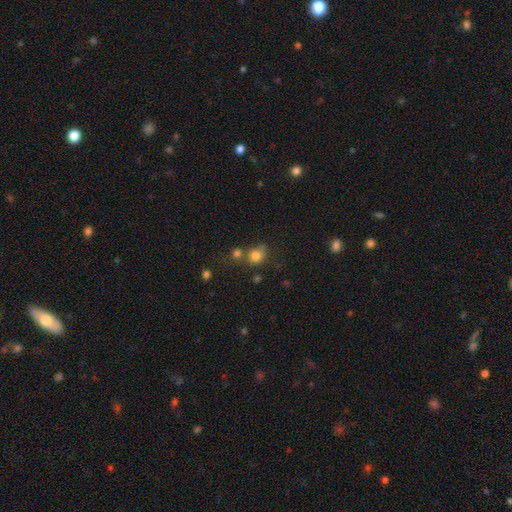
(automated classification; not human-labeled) Q: Smooth or featured?
A: smooth (79%); runner-up: star or artifact (13%)
Q: How rounded?
A: round (75%); runner-up: in between (24%)
Q: Merging?
A: none (48%); runner-up: merger (30%)